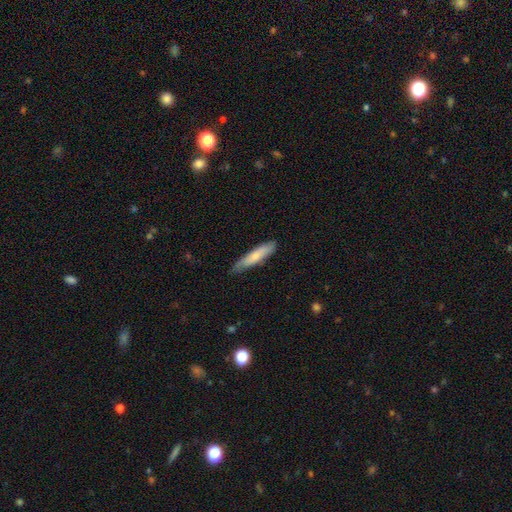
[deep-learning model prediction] A smooth galaxy with no disk features (71%) that is cigar-shaped (83%).

Vote fractions:
- Smooth or featured? smooth: 71% / featured or disk: 24% / star or artifact: 5%
- How rounded? cigar-shaped: 83% / in between: 16% / round: 1%
- Merging? none: 78% / minor disturbance: 18% / major disturbance: 3% / merger: 1%